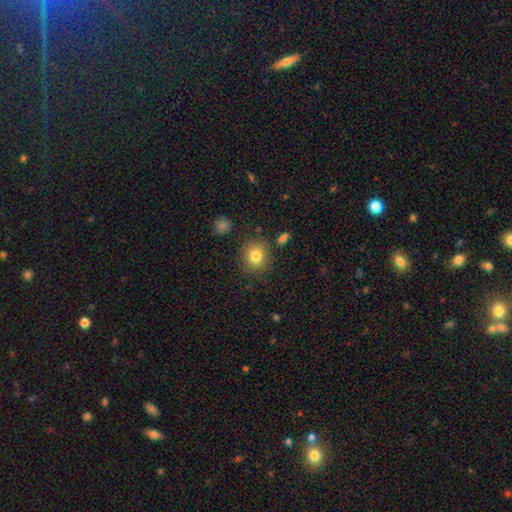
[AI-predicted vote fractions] Smooth or featured?
  - smooth: 81% *
  - star or artifact: 11%
  - featured or disk: 9%
How rounded?
  - round: 77% *
  - in between: 22%
  - cigar-shaped: 1%
Merging?
  - none: 84% *
  - minor disturbance: 10%
  - major disturbance: 3%
  - merger: 3%